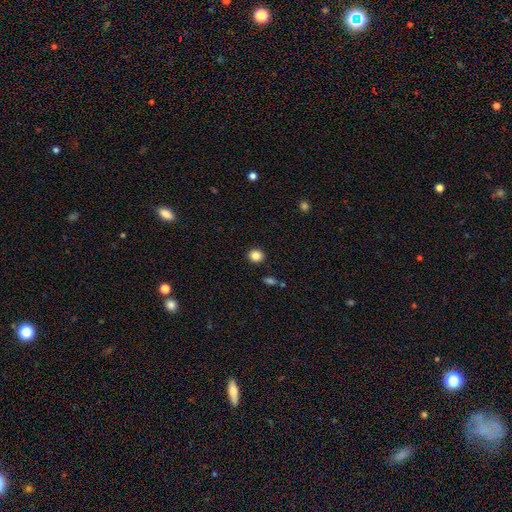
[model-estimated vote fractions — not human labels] Smooth or featured? Predicted: smooth (p=0.85). How rounded? Predicted: round (p=0.83). Merging? Predicted: none (p=0.91).